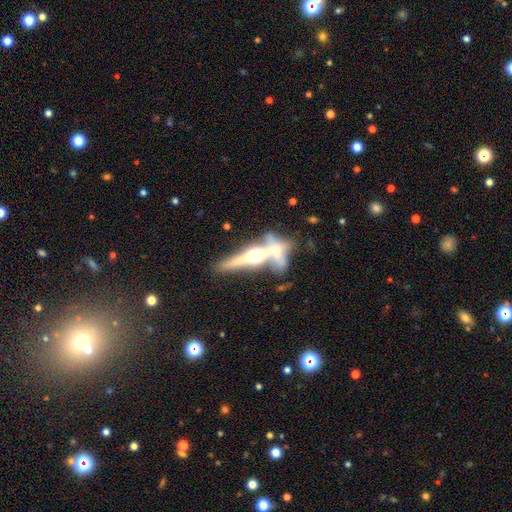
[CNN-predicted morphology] Smooth or featured?
  - featured or disk: 69% *
  - smooth: 22%
  - star or artifact: 8%
Edge-on disk?
  - yes: 87% *
  - no: 13%
Edge-on bulge?
  - rounded: 91% *
  - boxy: 5%
  - none: 4%
Merging?
  - merger: 44% *
  - none: 37%
  - minor disturbance: 10%
  - major disturbance: 9%